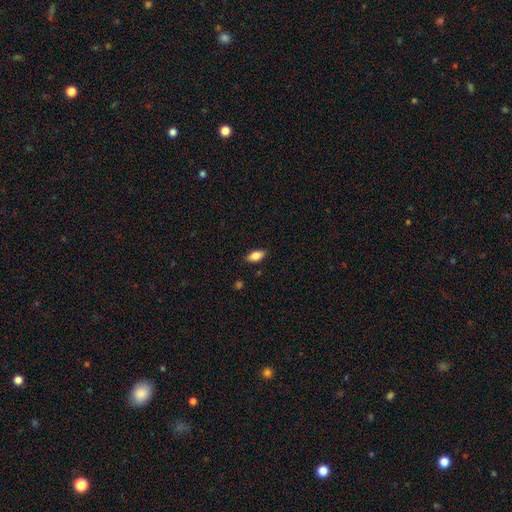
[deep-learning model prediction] Smooth or featured? Predicted: smooth (p=0.81). How rounded? Predicted: in between (p=0.88). Merging? Predicted: none (p=0.85).